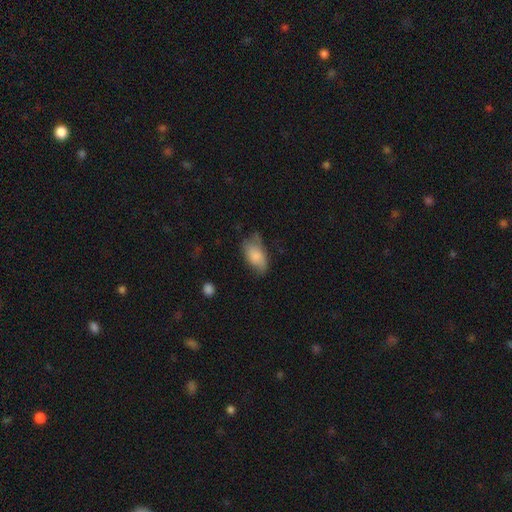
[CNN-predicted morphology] smooth_or_featured: smooth (p=0.77) [alt: featured or disk p=0.15]
how_rounded: in between (p=0.92) [alt: round p=0.04]
merging: none (p=0.48) [alt: minor disturbance p=0.36]